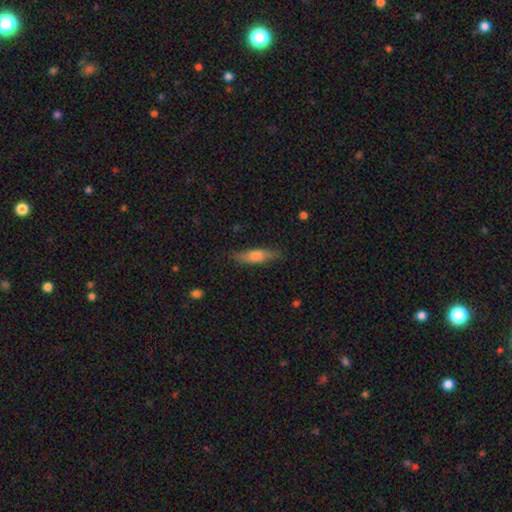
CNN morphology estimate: type=smooth (62%); roundness=cigar-shaped (70%); merging=none (82%).